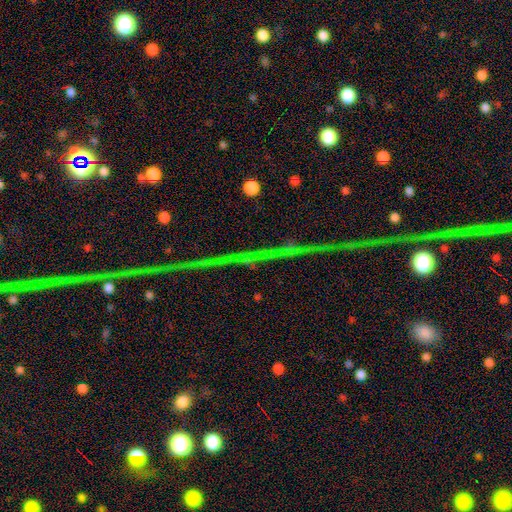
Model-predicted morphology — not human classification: smooth_or_featured: star or artifact (p=0.65) [alt: featured or disk p=0.19]